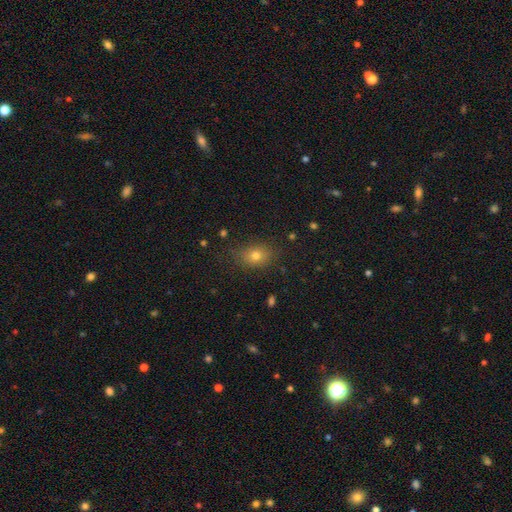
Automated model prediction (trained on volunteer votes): This appears to be a smooth galaxy with no disk features (74%) that is in between round and cigar-shaped (66%). Merging: none (80%).